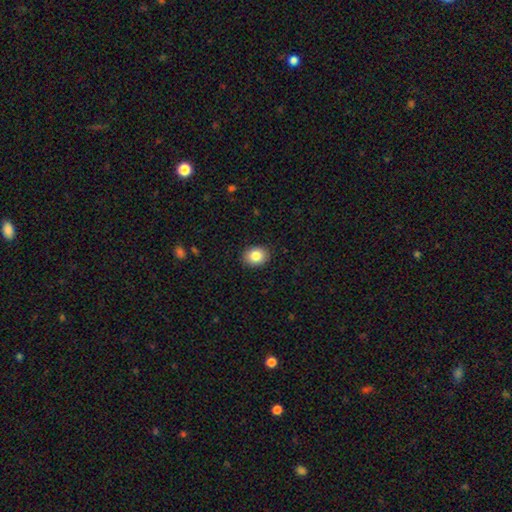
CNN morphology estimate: smooth_or_featured: smooth (p=0.85) [alt: star or artifact p=0.09]
how_rounded: round (p=0.51) [alt: in between p=0.48]
merging: none (p=0.90) [alt: minor disturbance p=0.08]